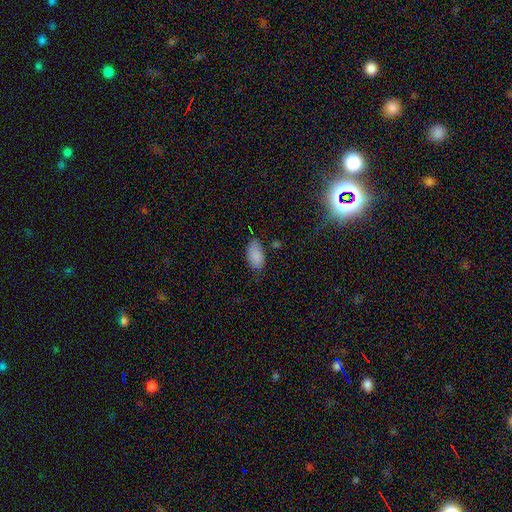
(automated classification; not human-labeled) Smooth or featured? Predicted: smooth (p=0.86). How rounded? Predicted: in between (p=0.95). Merging? Predicted: none (p=0.69).